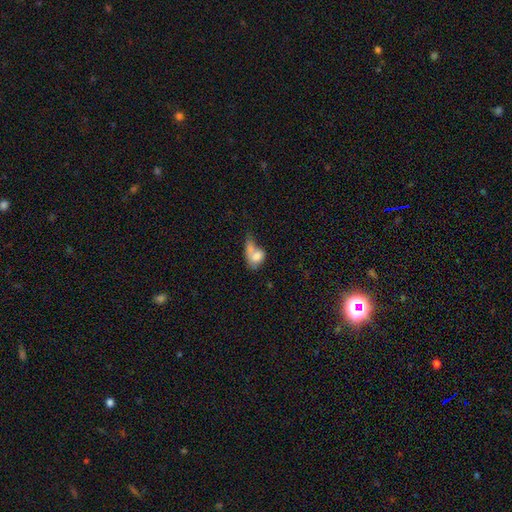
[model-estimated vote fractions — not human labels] A smooth galaxy with no disk features (72%) that is in between round and cigar-shaped (75%).

Vote fractions:
- Smooth or featured? smooth: 72% / featured or disk: 19% / star or artifact: 9%
- How rounded? in between: 75% / round: 22% / cigar-shaped: 3%
- Merging? merger: 54% / major disturbance: 18% / none: 15% / minor disturbance: 13%